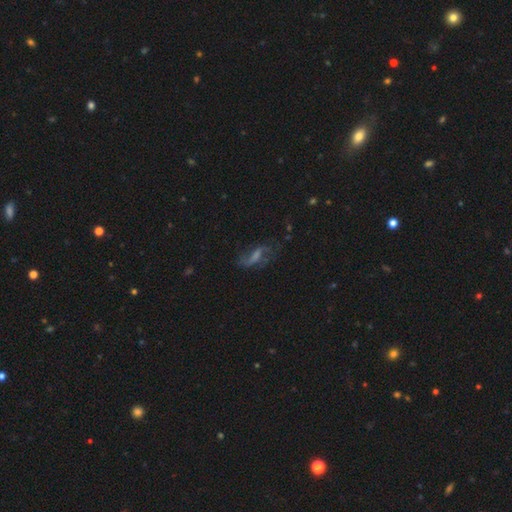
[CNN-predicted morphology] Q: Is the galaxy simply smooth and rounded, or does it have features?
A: featured or disk — 61%.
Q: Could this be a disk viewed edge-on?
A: no — 87%.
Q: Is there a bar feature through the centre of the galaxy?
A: weak — 45%.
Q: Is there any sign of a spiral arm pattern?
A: yes — 83%.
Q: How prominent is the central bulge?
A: small — 35%.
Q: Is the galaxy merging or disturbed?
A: none — 63%.